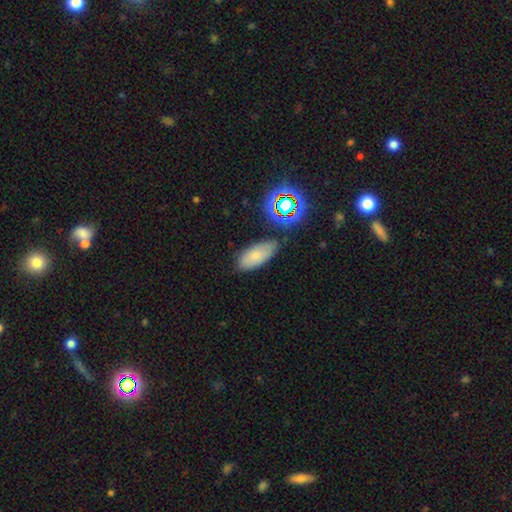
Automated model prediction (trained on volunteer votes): The model was most divided on "merging": none: 76%, minor disturbance: 16%, merger: 4%, major disturbance: 4%. More confident: how rounded — in between (87%); smooth or featured — smooth (75%).